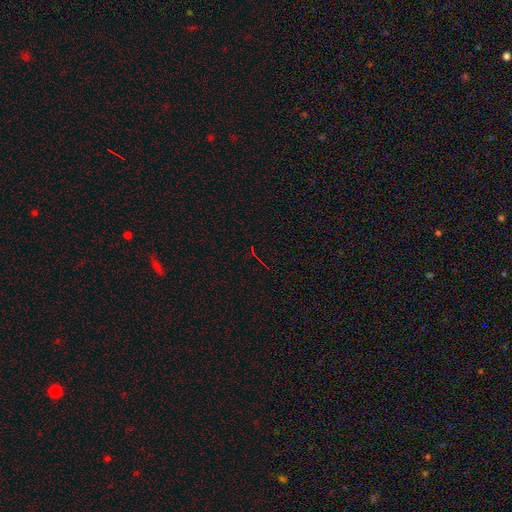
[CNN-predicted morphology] smooth-or-featured: star or artifact: 74% | smooth: 14% | featured or disk: 13%